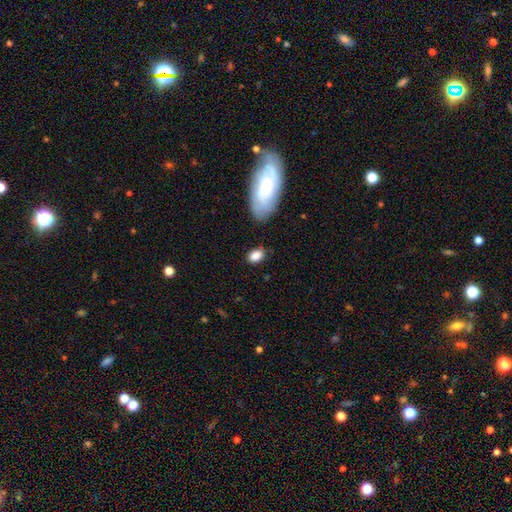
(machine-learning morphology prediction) Smooth or featured?
  - smooth: 86% *
  - star or artifact: 8%
  - featured or disk: 6%
How rounded?
  - in between: 86% *
  - round: 12%
  - cigar-shaped: 2%
Merging?
  - none: 78% *
  - minor disturbance: 16%
  - major disturbance: 4%
  - merger: 3%